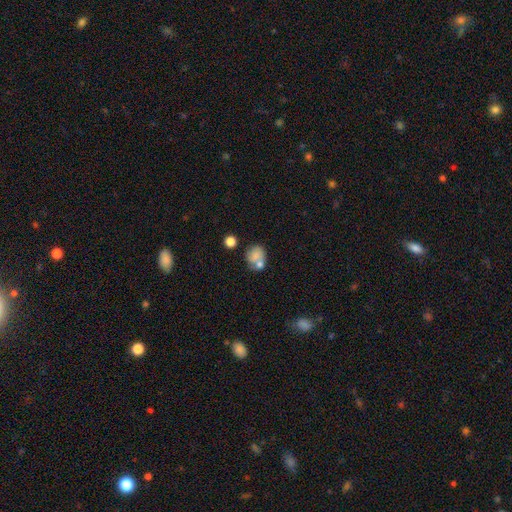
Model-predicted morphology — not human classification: Smooth or featured? smooth (74%)
How rounded? round (59%)
Merging? none (44%)